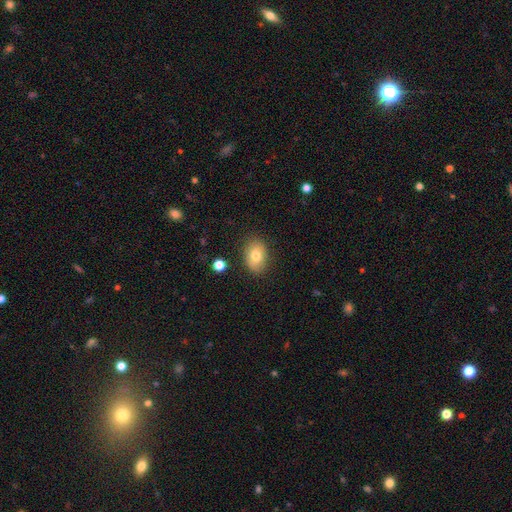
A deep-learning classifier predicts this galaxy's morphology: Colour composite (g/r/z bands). It shows a smooth galaxy with no disk features (77%) that is in between round and cigar-shaped (78%). Merging: none (84%).